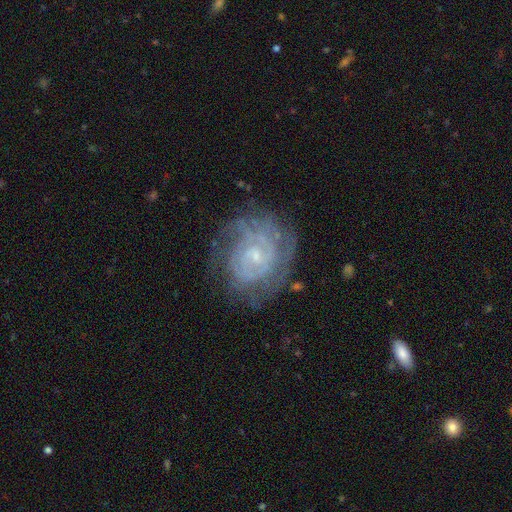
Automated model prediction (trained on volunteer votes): A featured or disk galaxy (82%) with no bar (59%), tight (72%) spiral arms (90%) and a small central bulge (73%).

Vote fractions:
- Smooth or featured? featured or disk: 82% / smooth: 11% / star or artifact: 7%
- Edge-on disk? no: 98% / yes: 2%
- Bar? no: 59% / weak: 35% / strong: 6%
- Spiral arms? yes: 90% / no: 10%
- Spiral winding? tight: 72% / medium: 22% / loose: 6%
- Spiral arm count? can't tell: 45% / 2: 23% / 3: 13% / 4: 9% / 1: 5% / more than 4: 5%
- Bulge size? small: 73% / moderate: 19% / none: 5% / large: 1% / dominant: 1%
- Merging? none: 69% / minor disturbance: 19% / major disturbance: 10% / merger: 2%